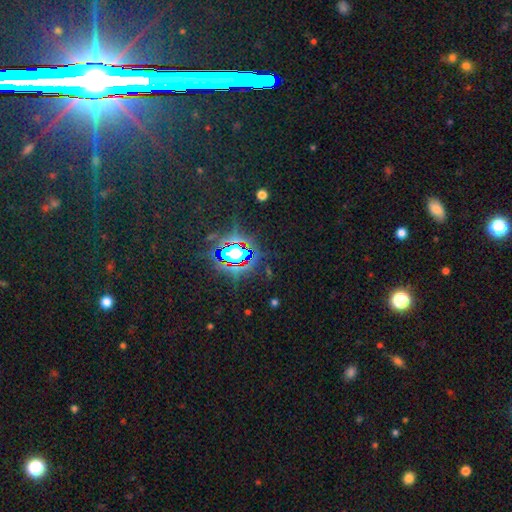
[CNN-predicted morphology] type=star or artifact (81%).